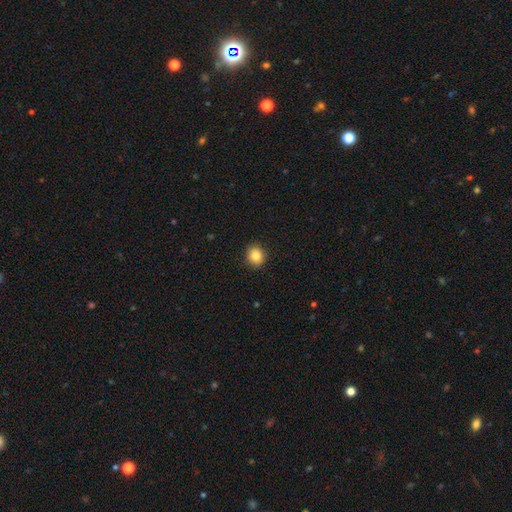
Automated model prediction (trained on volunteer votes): smooth_or_featured: smooth (p=0.85) [alt: star or artifact p=0.10]
how_rounded: round (p=0.79) [alt: in between p=0.20]
merging: none (p=0.91) [alt: minor disturbance p=0.07]